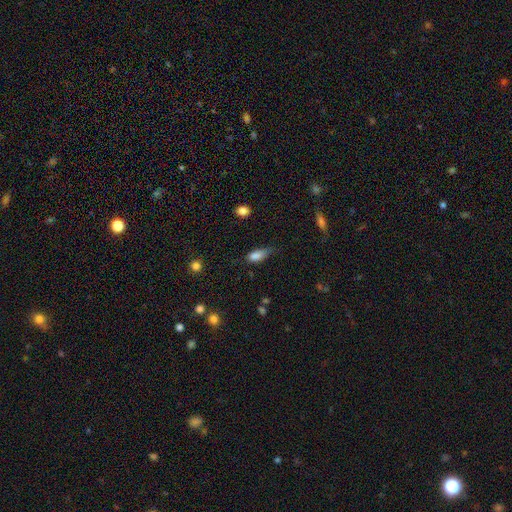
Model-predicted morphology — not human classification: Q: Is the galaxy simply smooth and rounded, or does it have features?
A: smooth — 81%.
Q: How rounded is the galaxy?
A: in between — 80%.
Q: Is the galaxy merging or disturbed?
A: minor disturbance — 41%, tied with none.